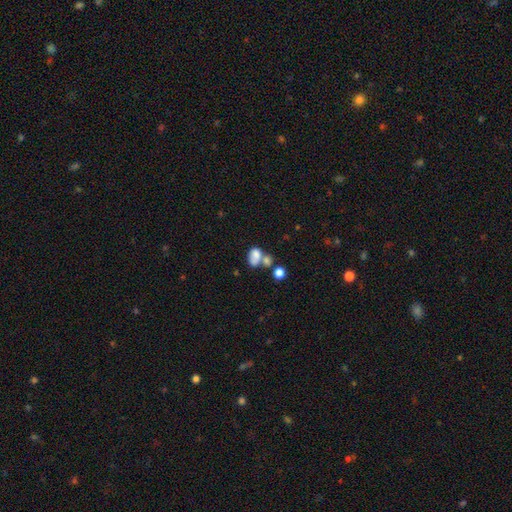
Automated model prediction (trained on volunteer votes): Q: Smooth or featured?
A: smooth (73%); runner-up: featured or disk (17%)
Q: How rounded?
A: in between (77%); runner-up: round (21%)
Q: Merging?
A: merger (52%); runner-up: none (25%)